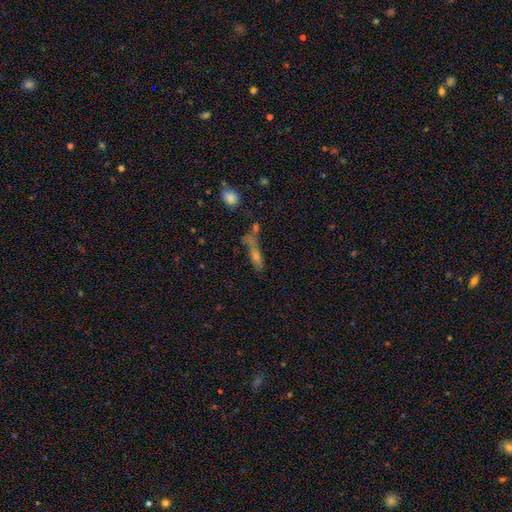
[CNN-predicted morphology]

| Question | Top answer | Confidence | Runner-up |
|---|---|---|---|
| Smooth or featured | smooth | 48% | featured or disk (32%) |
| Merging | none | 47% | merger (22%) |